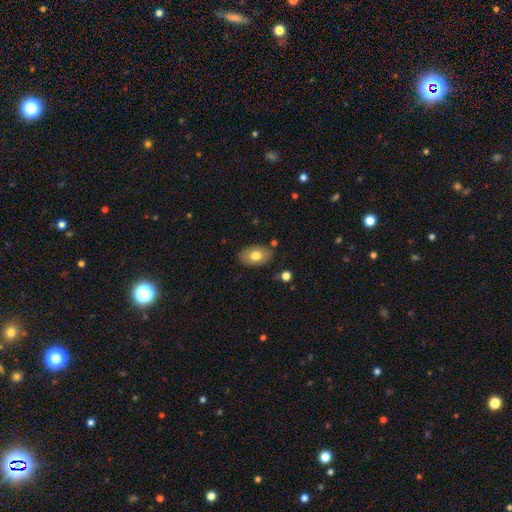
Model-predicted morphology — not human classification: smooth 75%, featured or disk 18%, star or artifact 7%. Down the decision tree: how rounded — in between (87%); merging — none (83%).